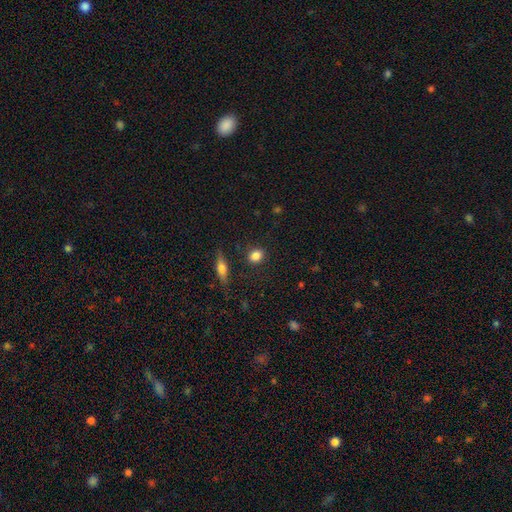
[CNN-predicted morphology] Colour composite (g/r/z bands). It shows a smooth galaxy with no disk features (84%) that is round (53%). Merging: none (86%).